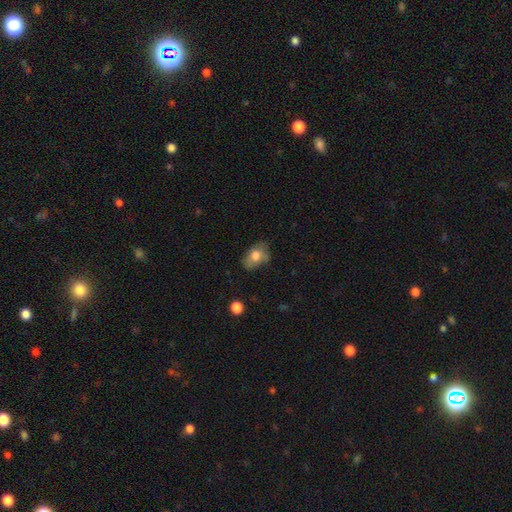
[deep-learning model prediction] smooth 71%, featured or disk 21%, star or artifact 8%. Down the decision tree: how rounded — in between (83%); merging — none (62%).